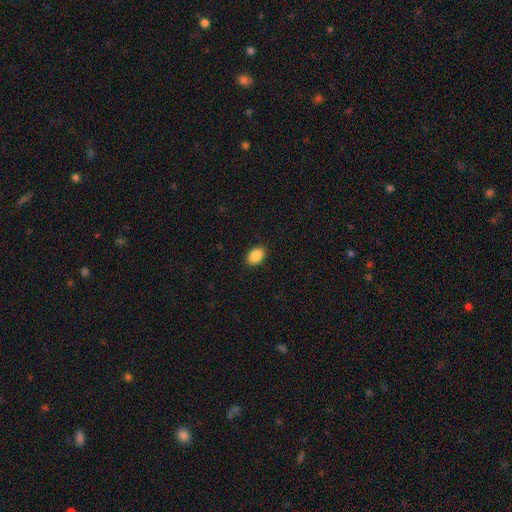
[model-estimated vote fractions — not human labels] Smooth or featured?
  - smooth: 88% *
  - star or artifact: 8%
  - featured or disk: 4%
How rounded?
  - in between: 83% *
  - round: 16%
  - cigar-shaped: 1%
Merging?
  - none: 89% *
  - minor disturbance: 8%
  - major disturbance: 2%
  - merger: 1%